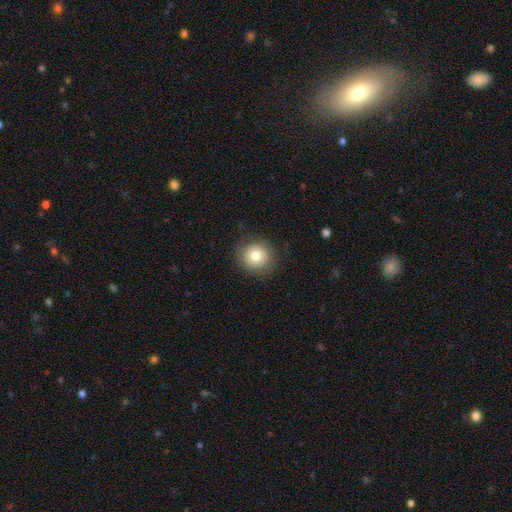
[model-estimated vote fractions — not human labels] This appears to be a smooth galaxy with no disk features (77%) that is round (93%). Merging: none (87%).